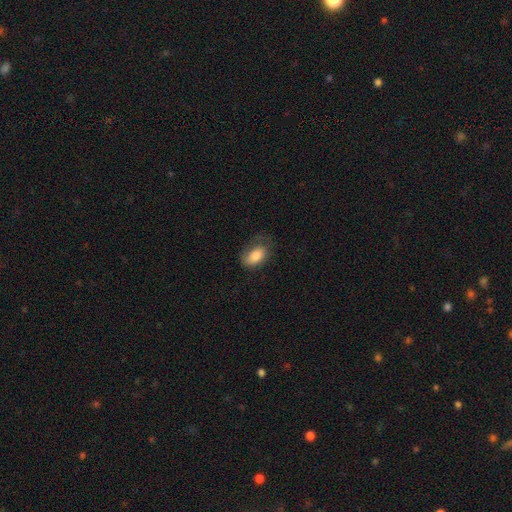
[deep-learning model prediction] This is likely a smooth galaxy (77%). How rounded: clearly in between (89%). Merging: possibly none (49%).